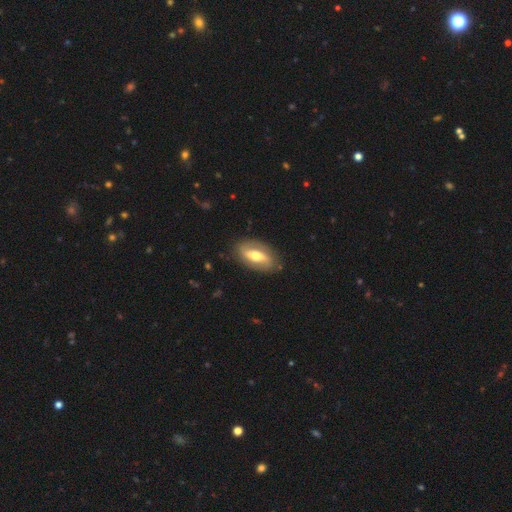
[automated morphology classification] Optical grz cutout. It shows a featured or disk galaxy (65%) with a strong bar (41%), spiral arms (71%) and a moderate central bulge (71%). Merging: none (83%).